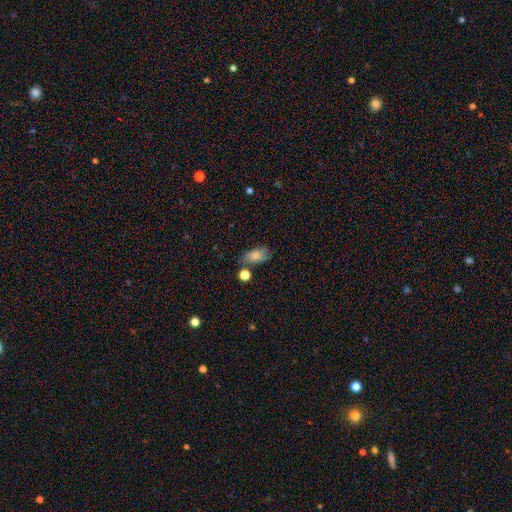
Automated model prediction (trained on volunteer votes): Smooth or featured?
  - smooth: 78% *
  - featured or disk: 14%
  - star or artifact: 9%
How rounded?
  - in between: 88% *
  - round: 8%
  - cigar-shaped: 4%
Merging?
  - none: 63% *
  - minor disturbance: 21%
  - merger: 9%
  - major disturbance: 6%